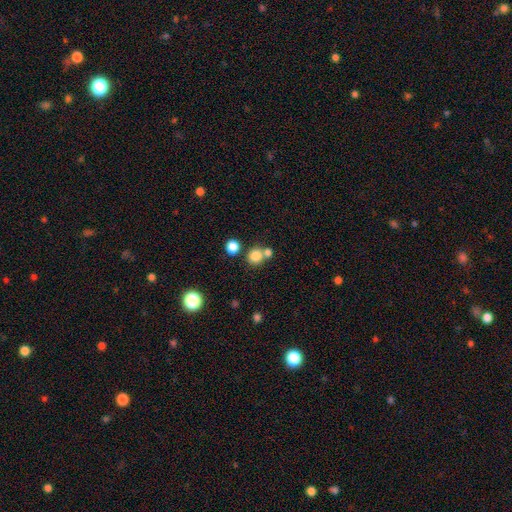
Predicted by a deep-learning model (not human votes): smooth-or-featured: smooth: 81% | star or artifact: 13% | featured or disk: 7%
  how-rounded: round: 88% | in between: 11% | cigar-shaped: 1%
  merging: none: 58% | merger: 32% | minor disturbance: 7% | major disturbance: 3%